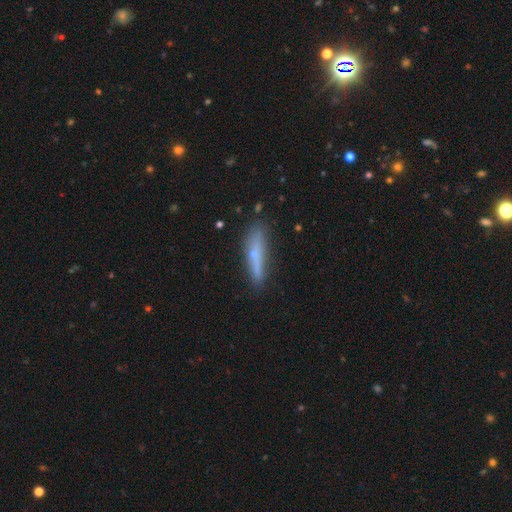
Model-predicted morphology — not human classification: smooth 56%, featured or disk 35%, star or artifact 9%. Down the decision tree: how rounded — cigar-shaped (86%); merging — none (72%).